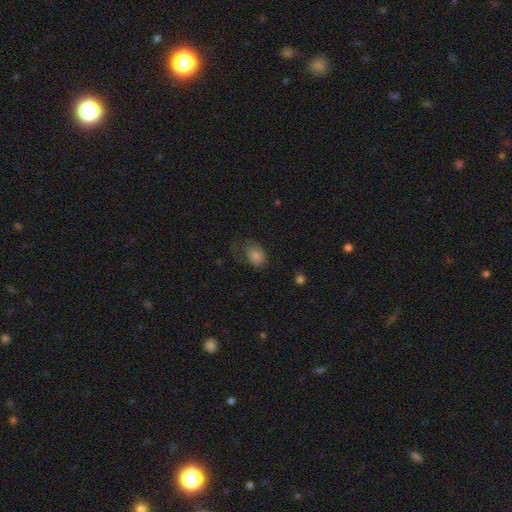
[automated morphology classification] Smooth or featured?
  - smooth: 70% *
  - featured or disk: 18%
  - star or artifact: 11%
How rounded?
  - in between: 56% *
  - round: 43%
  - cigar-shaped: 1%
Merging?
  - none: 45% *
  - minor disturbance: 30%
  - major disturbance: 24%
  - merger: 2%